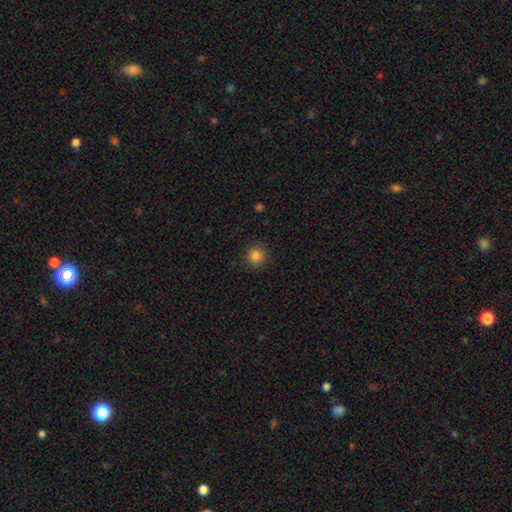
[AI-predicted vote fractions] Smooth or featured? smooth (84%)
How rounded? round (92%)
Merging? none (90%)